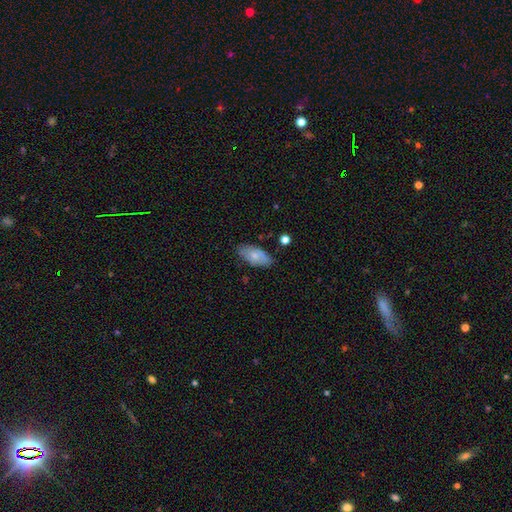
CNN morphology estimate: Smooth or featured?
  - smooth: 68% *
  - featured or disk: 25%
  - star or artifact: 6%
How rounded?
  - in between: 92% *
  - cigar-shaped: 6%
  - round: 3%
Merging?
  - none: 77% *
  - minor disturbance: 18%
  - major disturbance: 3%
  - merger: 2%